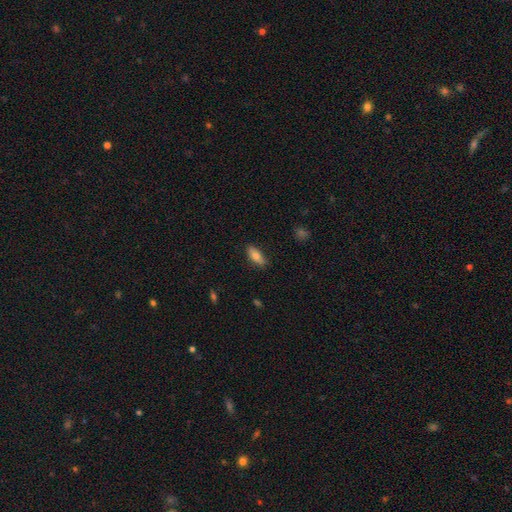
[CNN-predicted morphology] type=smooth (78%); roundness=in between (74%); merging=none (86%).